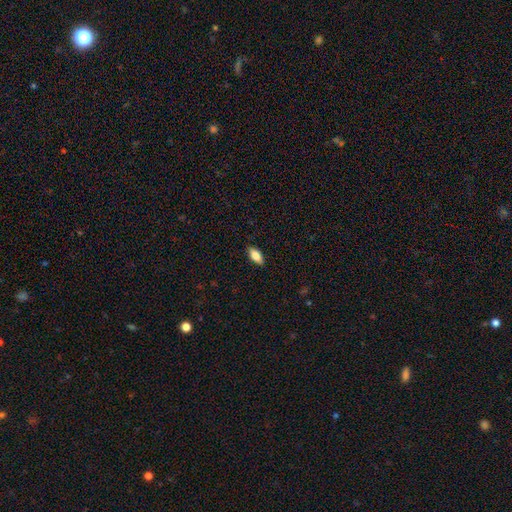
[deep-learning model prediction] Q: Smooth or featured?
A: smooth (75%); runner-up: featured or disk (18%)
Q: How rounded?
A: in between (83%); runner-up: cigar-shaped (14%)
Q: Merging?
A: none (88%); runner-up: minor disturbance (9%)